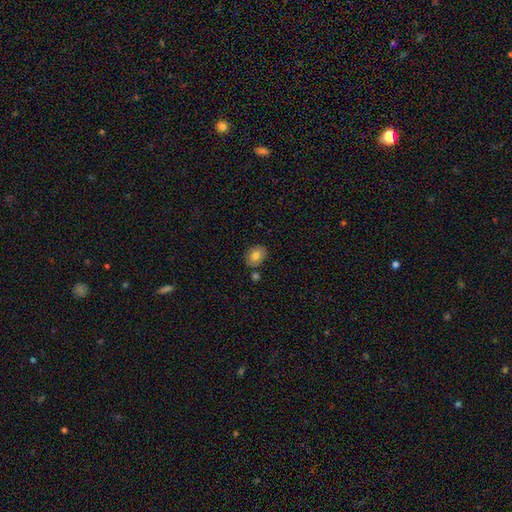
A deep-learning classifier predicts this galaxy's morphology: Smooth or featured: smooth — 80% (featured or disk — 12%)
How rounded: in between — 65% (round — 34%)
Merging: none — 79% (minor disturbance — 12%)